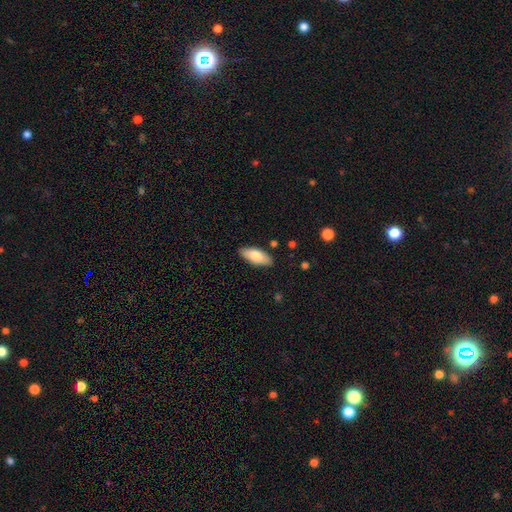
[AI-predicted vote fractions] The model was most divided on "smooth or featured": smooth: 77%, featured or disk: 17%, star or artifact: 6%. More confident: merging — none (87%); how rounded — in between (83%).